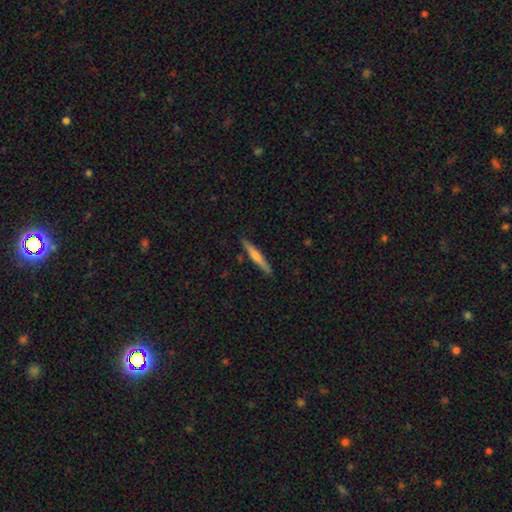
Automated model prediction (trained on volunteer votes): Smooth or featured? Predicted: featured or disk (p=0.56). Edge-on disk? Predicted: yes (p=0.97). Edge-on bulge? Predicted: rounded (p=0.70). Merging? Predicted: none (p=0.90).